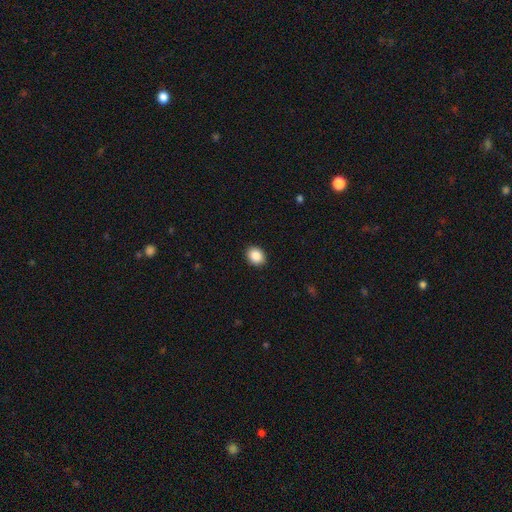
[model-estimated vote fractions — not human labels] Q: Smooth or featured?
A: smooth (88%); runner-up: star or artifact (8%)
Q: How rounded?
A: round (53%); runner-up: in between (47%)
Q: Merging?
A: none (91%); runner-up: minor disturbance (6%)